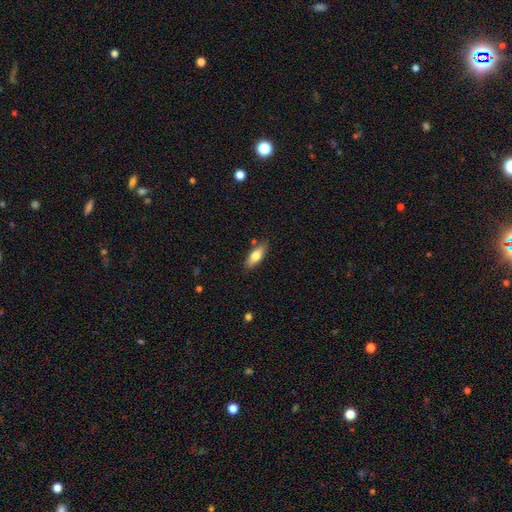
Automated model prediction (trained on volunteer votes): Morphology: type=smooth (74%); roundness=in between (70%); merging=none (82%).